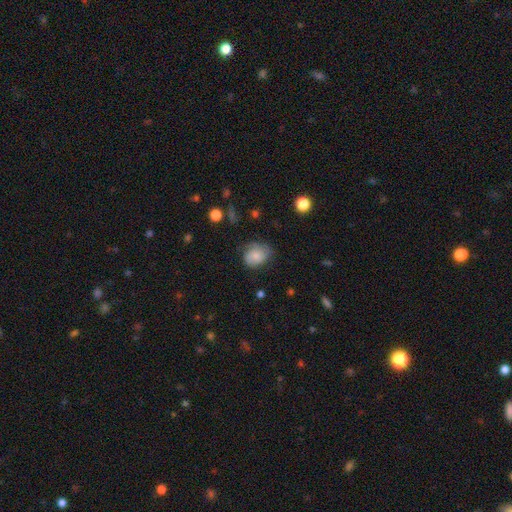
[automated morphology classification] smooth-or-featured: smooth: 69% | featured or disk: 23% | star or artifact: 8%
  how-rounded: round: 51% | in between: 48% | cigar-shaped: 1%
  merging: none: 56% | minor disturbance: 31% | major disturbance: 11% | merger: 2%